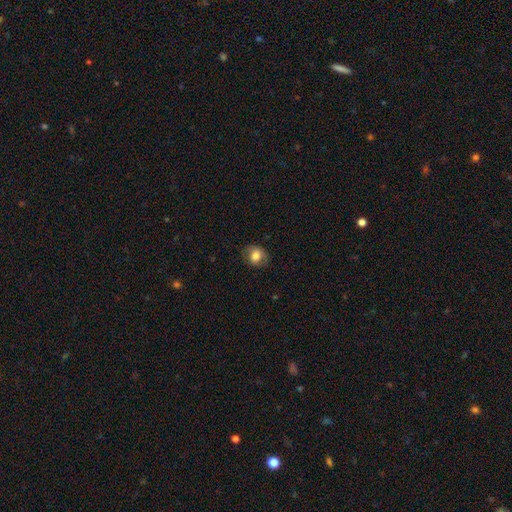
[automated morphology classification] Smooth or featured? smooth (75%)
How rounded? round (58%)
Merging? none (73%)